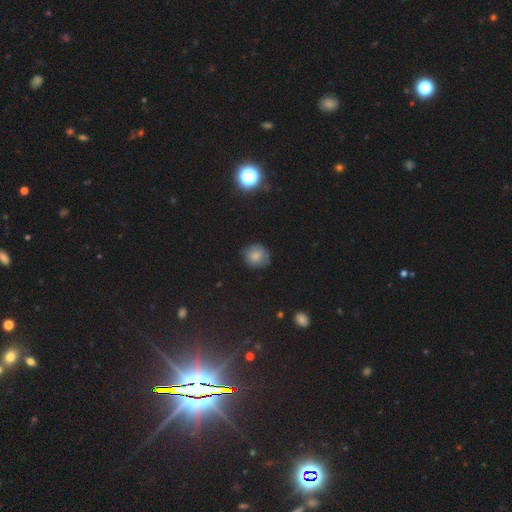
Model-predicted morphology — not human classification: Smooth or featured?
  - smooth: 75% *
  - star or artifact: 14%
  - featured or disk: 11%
How rounded?
  - round: 85% *
  - in between: 14%
  - cigar-shaped: 1%
Merging?
  - none: 75% *
  - minor disturbance: 19%
  - major disturbance: 4%
  - merger: 1%